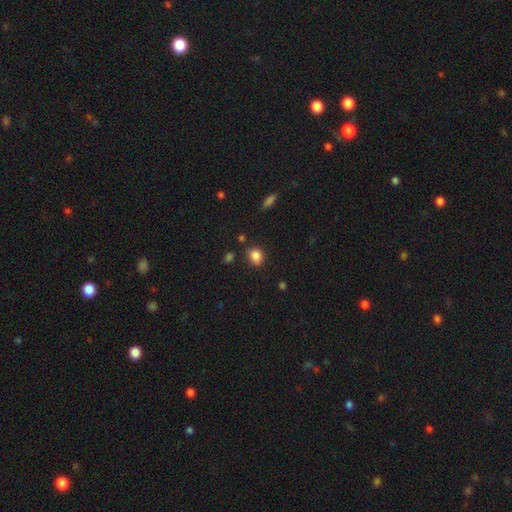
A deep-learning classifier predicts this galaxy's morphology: Overall: smooth (85%). How rounded: round (57%; in between 42%). Merging: none (77%).